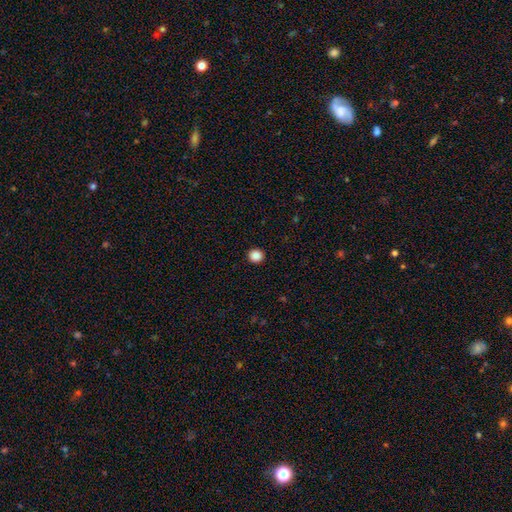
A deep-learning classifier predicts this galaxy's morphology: A smooth galaxy with no disk features (88%) that is round (91%). Merging: none (93%).